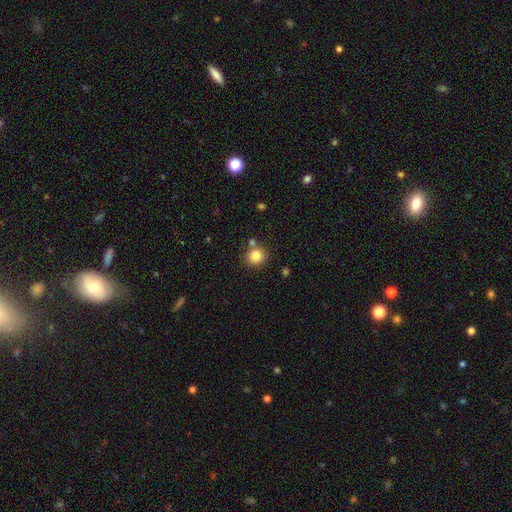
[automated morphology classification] smooth 84%, star or artifact 11%, featured or disk 6%. Down the decision tree: how rounded — round (89%); merging — none (75%).